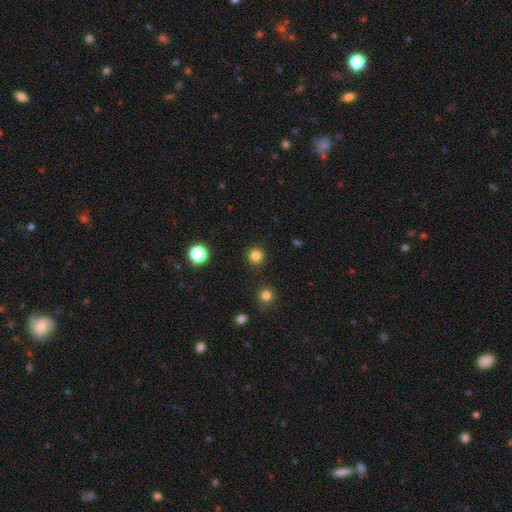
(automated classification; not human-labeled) Morphology: type=smooth (82%); roundness=round (95%); merging=none (92%).